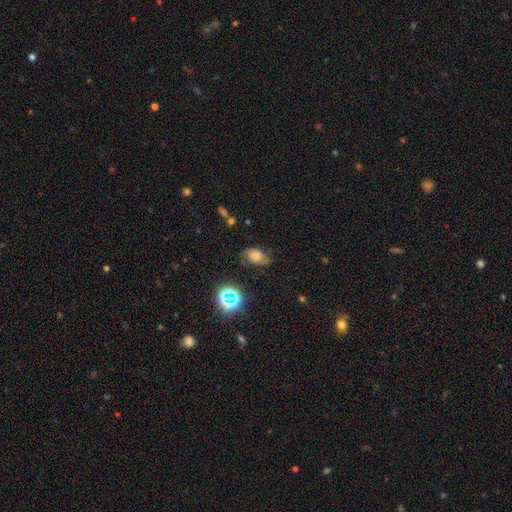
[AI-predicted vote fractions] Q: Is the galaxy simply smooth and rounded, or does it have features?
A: smooth — 47%.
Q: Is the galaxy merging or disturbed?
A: none — 61%.